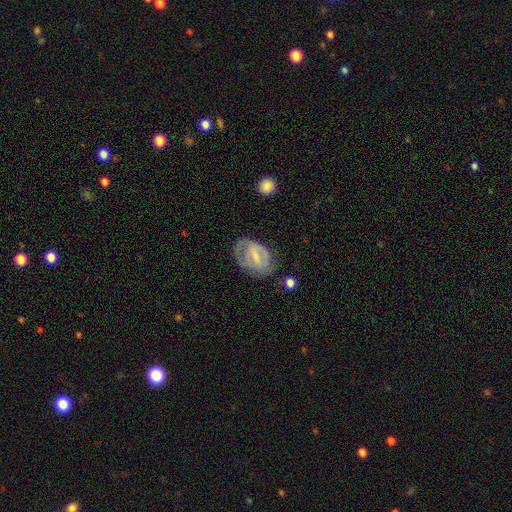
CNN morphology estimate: smooth-or-featured: featured or disk: 56% | smooth: 37% | star or artifact: 7%
  disk-edge-on: no: 95% | yes: 5%
    bar: weak: 49% | strong: 28% | no: 23%
    has-spiral-arms: yes: 60% | no: 40%
    bulge-size: small: 47% | moderate: 27% | none: 21% | large: 3% | dominant: 1%
  merging: none: 57% | minor disturbance: 26% | major disturbance: 15% | merger: 2%